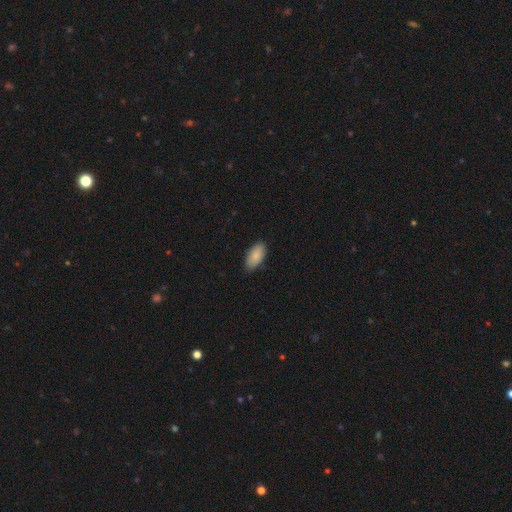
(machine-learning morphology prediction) smooth_or_featured: smooth (p=0.86) [alt: featured or disk p=0.08]
how_rounded: in between (p=0.93) [alt: cigar-shaped p=0.05]
merging: none (p=0.83) [alt: minor disturbance p=0.14]